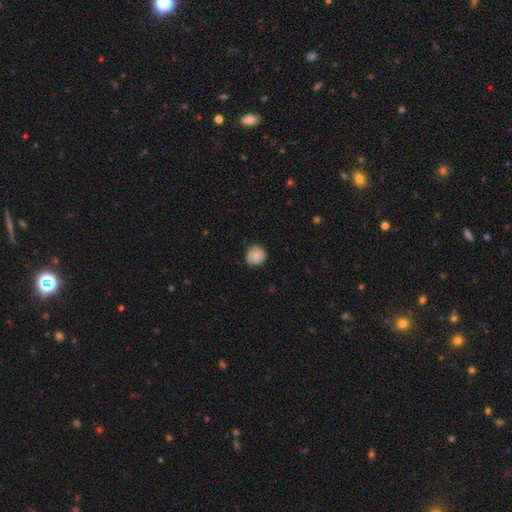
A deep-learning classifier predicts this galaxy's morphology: This is likely a smooth galaxy (78%). How rounded: clearly round (87%). Merging: likely none (76%).